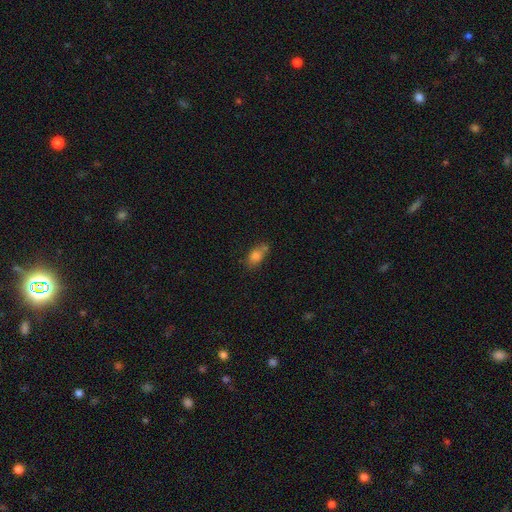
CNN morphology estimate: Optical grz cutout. It shows a smooth galaxy with no disk features (79%) that is in between round and cigar-shaped (79%). Merging: none (50%).